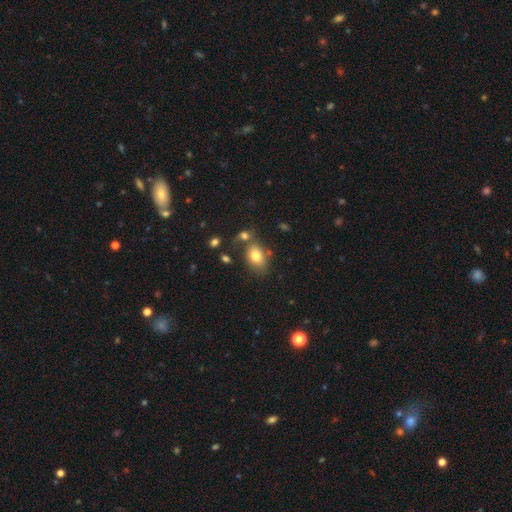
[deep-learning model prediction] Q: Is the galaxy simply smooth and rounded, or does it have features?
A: smooth — 79%.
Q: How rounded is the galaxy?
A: in between — 82%.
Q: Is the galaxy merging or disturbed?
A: none — 60%.